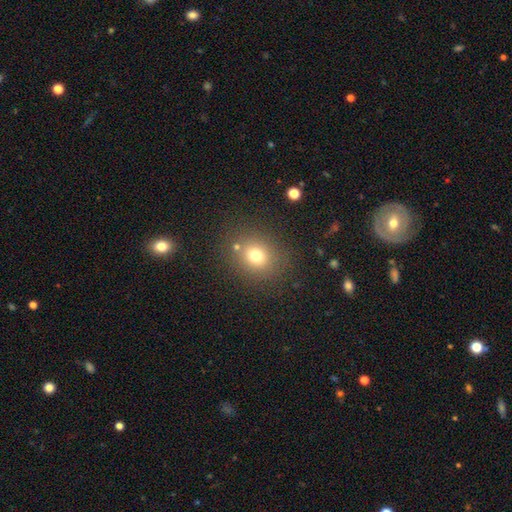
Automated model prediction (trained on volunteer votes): smooth 73%, star or artifact 17%, featured or disk 10%. Down the decision tree: how rounded — round (72%); merging — none (80%).